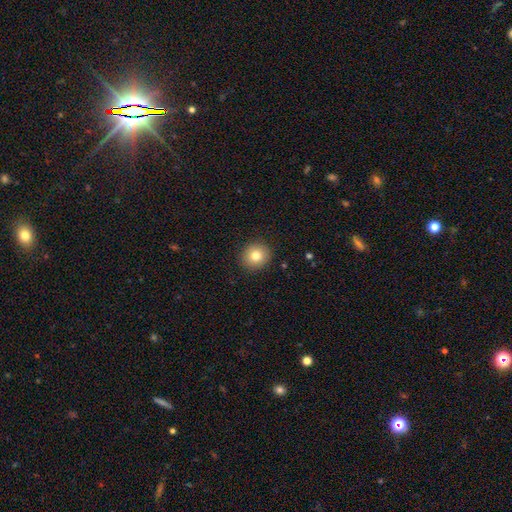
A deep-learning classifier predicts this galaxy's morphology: smooth-or-featured: smooth: 80% | star or artifact: 11% | featured or disk: 9%
  how-rounded: round: 86% | in between: 13% | cigar-shaped: 1%
  merging: none: 91% | minor disturbance: 6% | major disturbance: 2% | merger: 1%